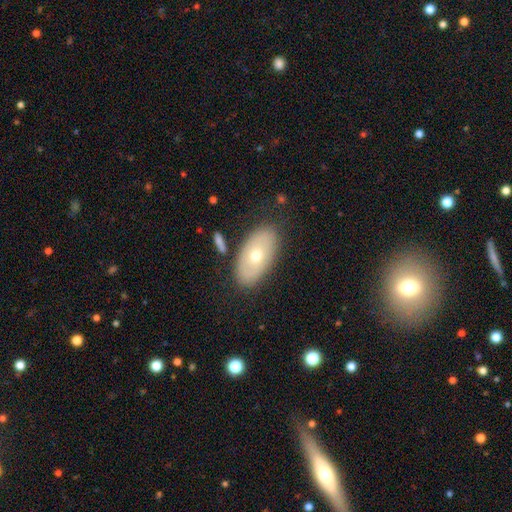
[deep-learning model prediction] smooth 56%, featured or disk 37%, star or artifact 7%. Down the decision tree: how rounded — in between (93%); merging — none (81%).